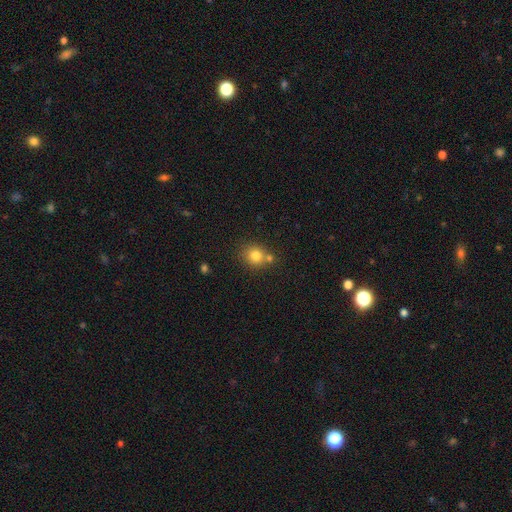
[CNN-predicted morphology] type=smooth (80%); roundness=round (80%); merging=none (62%).